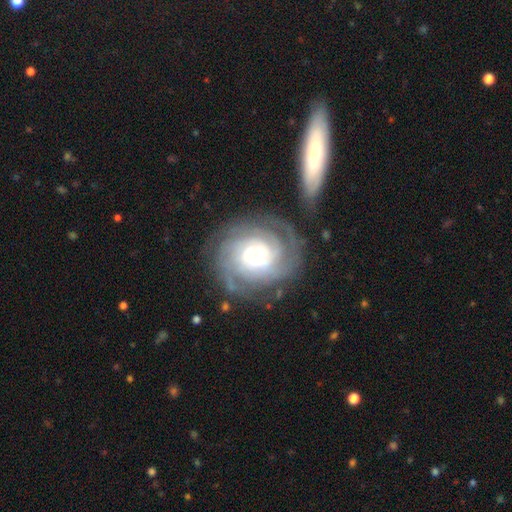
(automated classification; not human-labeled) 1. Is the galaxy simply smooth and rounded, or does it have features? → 85% featured or disk, 9% smooth, 6% star or artifact.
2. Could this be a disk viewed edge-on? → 97% no, 3% yes.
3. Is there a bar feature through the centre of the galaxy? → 75% no, 19% weak, 6% strong.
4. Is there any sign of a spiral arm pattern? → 96% yes, 4% no.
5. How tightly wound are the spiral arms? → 74% tight, 21% medium, 5% loose.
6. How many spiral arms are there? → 28% can't tell, 21% 3, 19% 4, 15% 2, 10% more than 4, 7% 1.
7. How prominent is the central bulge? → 49% small, 37% moderate, 11% large, 2% dominant, 1% none.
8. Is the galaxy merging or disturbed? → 75% none, 14% minor disturbance, 8% major disturbance, 3% merger.